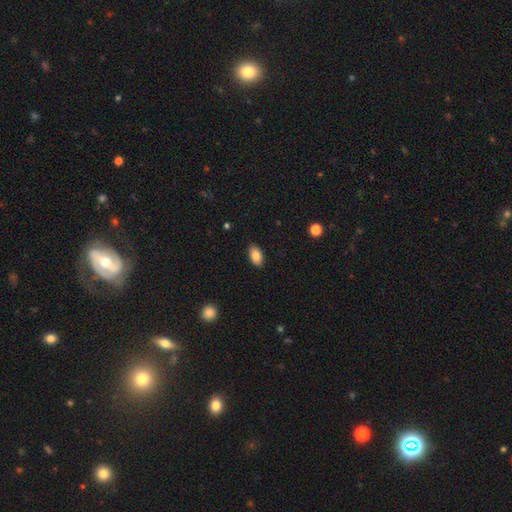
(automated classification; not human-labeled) smooth 84%, featured or disk 9%, star or artifact 7%. Down the decision tree: how rounded — in between (93%); merging — none (89%).